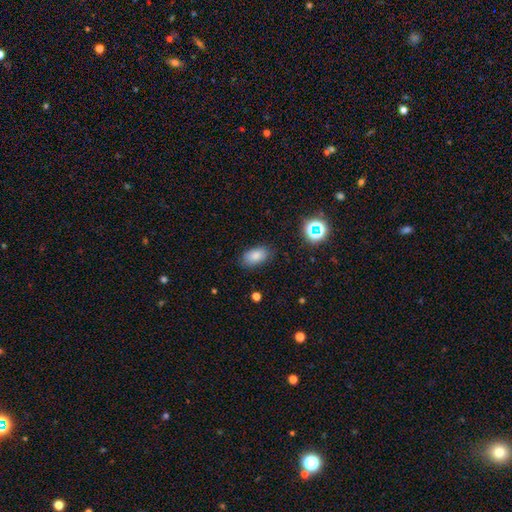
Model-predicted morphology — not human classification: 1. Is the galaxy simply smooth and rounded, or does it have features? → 81% smooth, 11% star or artifact, 8% featured or disk.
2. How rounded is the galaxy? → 91% in between, 6% round, 2% cigar-shaped.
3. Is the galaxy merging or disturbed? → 84% none, 12% minor disturbance, 3% major disturbance, 1% merger.